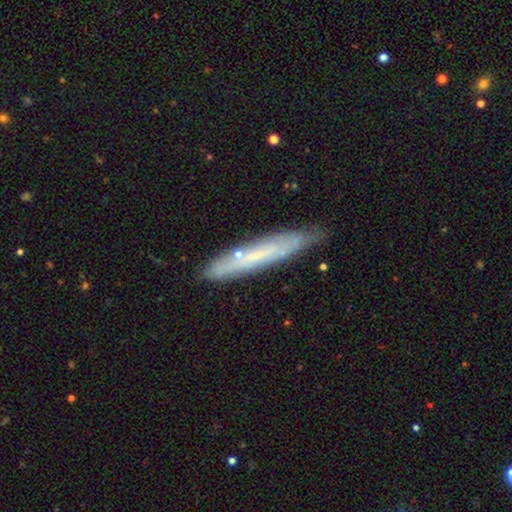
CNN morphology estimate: smooth_or_featured: featured or disk (p=0.54) [alt: smooth p=0.39]
disk_edge_on: yes (p=0.68) [alt: no p=0.32]
merging: none (p=0.76) [alt: minor disturbance p=0.18]